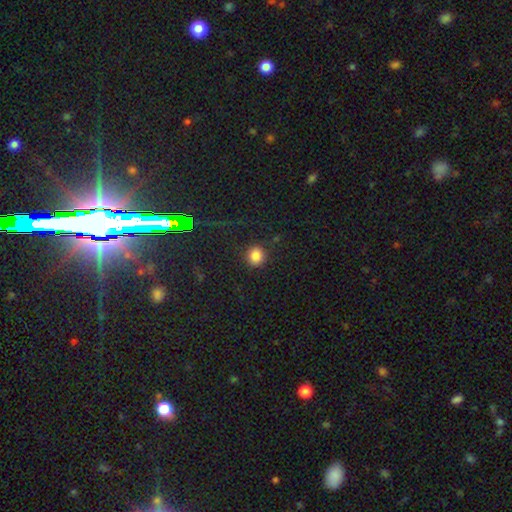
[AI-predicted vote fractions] Overall: smooth (81%). How rounded: round (85%). Merging: none (86%).